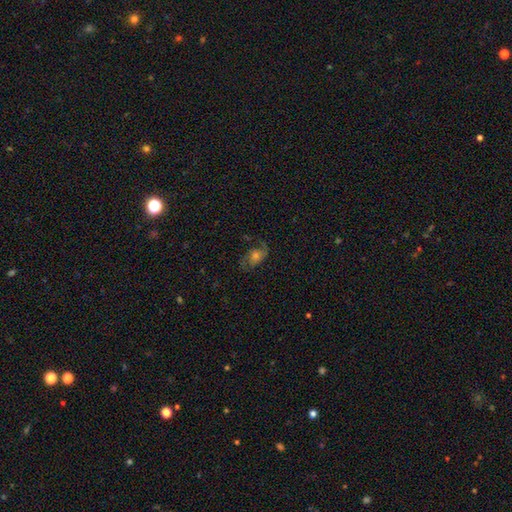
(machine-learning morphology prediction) Smooth or featured? featured or disk (61%)
Edge-on disk? no (94%)
Bar? no (70%)
Spiral arms? yes (87%)
Spiral winding? medium (45%)
Spiral arm count? 2 (80%)
Bulge size? moderate (56%)
Merging? none (70%)